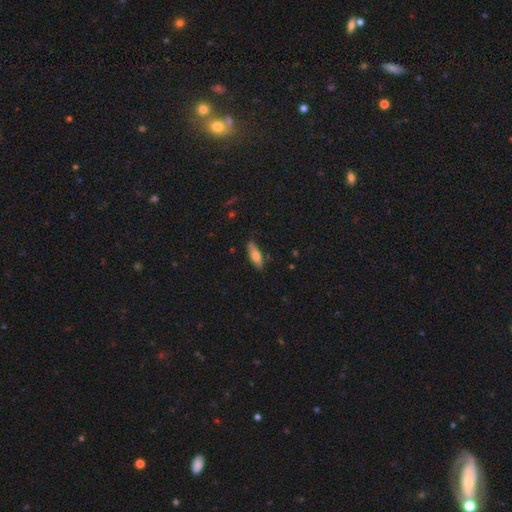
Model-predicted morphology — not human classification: Smooth or featured? smooth (68%)
How rounded? in between (50%)
Merging? none (82%)